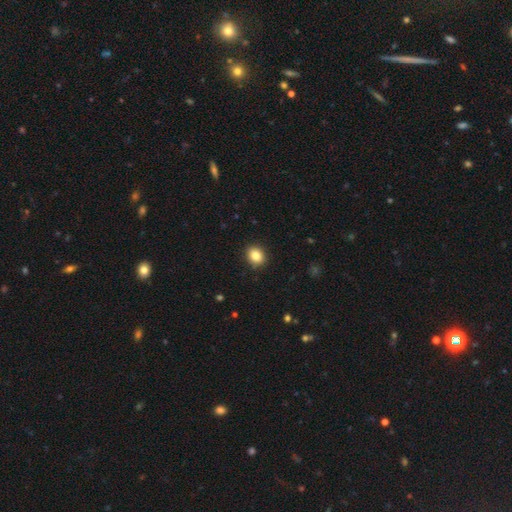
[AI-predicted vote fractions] smooth_or_featured: smooth (p=0.85) [alt: star or artifact p=0.09]
how_rounded: round (p=0.59) [alt: in between p=0.40]
merging: none (p=0.89) [alt: minor disturbance p=0.08]